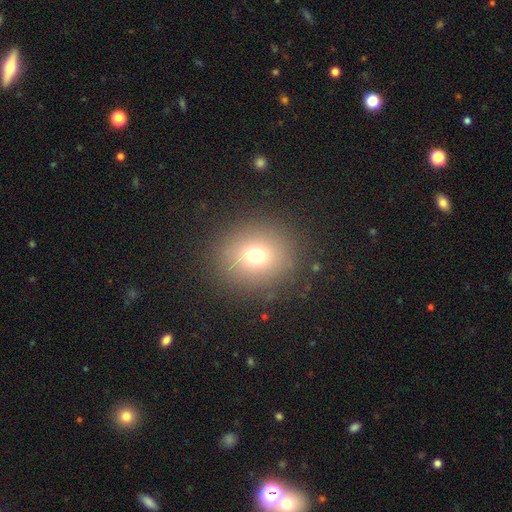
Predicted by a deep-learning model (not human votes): Smooth or featured? Predicted: smooth (p=0.72). How rounded? Predicted: round (p=0.84). Merging? Predicted: none (p=0.88).